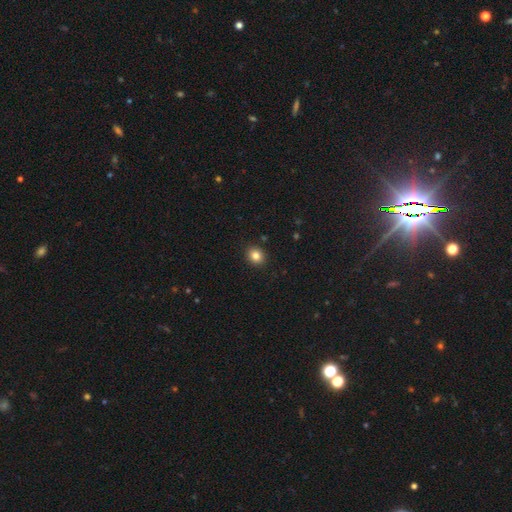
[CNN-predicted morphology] This is clearly a smooth galaxy (83%). How rounded: likely round (74%). Merging: clearly none (91%).